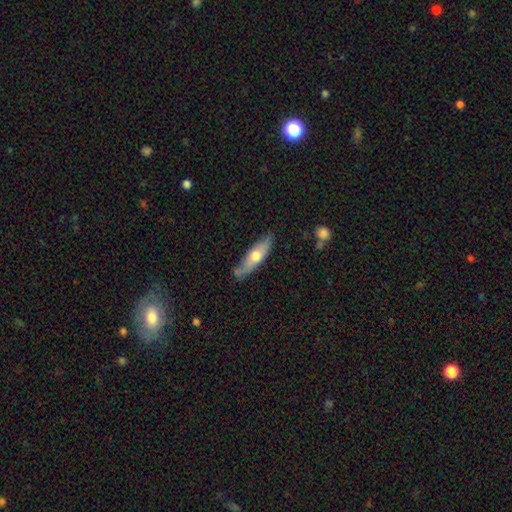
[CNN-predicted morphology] Smooth or featured?
  - smooth: 55% *
  - featured or disk: 40%
  - star or artifact: 5%
How rounded?
  - cigar-shaped: 66% *
  - in between: 32%
  - round: 2%
Merging?
  - none: 75% *
  - minor disturbance: 18%
  - merger: 3%
  - major disturbance: 3%